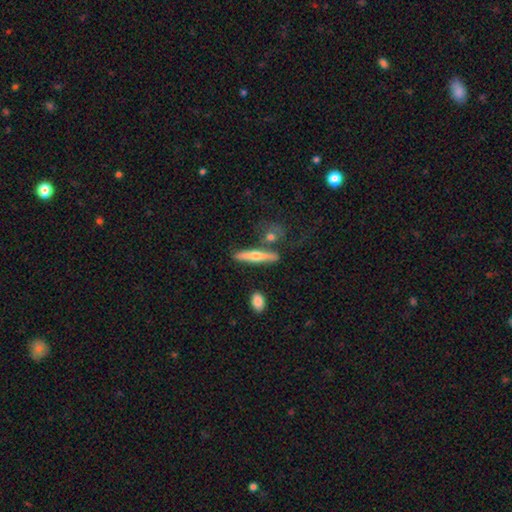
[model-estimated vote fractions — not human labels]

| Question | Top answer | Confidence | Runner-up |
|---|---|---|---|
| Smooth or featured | featured or disk | 52% | smooth (42%) |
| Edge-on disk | yes | 93% | no (7%) |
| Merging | none | 77% | minor disturbance (11%) |